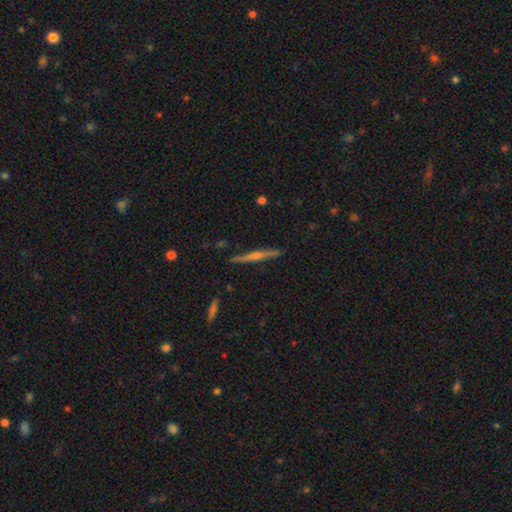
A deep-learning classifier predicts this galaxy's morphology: smooth_or_featured: featured or disk (p=0.69) [alt: smooth p=0.24]
disk_edge_on: yes (p=0.98) [alt: no p=0.02]
edge_on_bulge: rounded (p=0.64) [alt: none p=0.25]
merging: none (p=0.89) [alt: minor disturbance p=0.08]